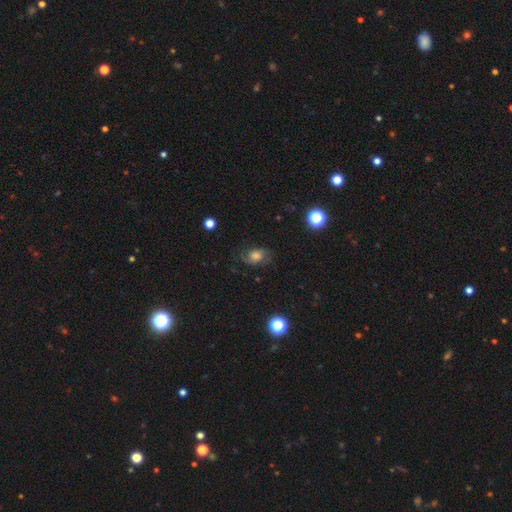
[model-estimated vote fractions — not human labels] Overall: smooth (44%; featured or disk 39%). Merging: none (67%).